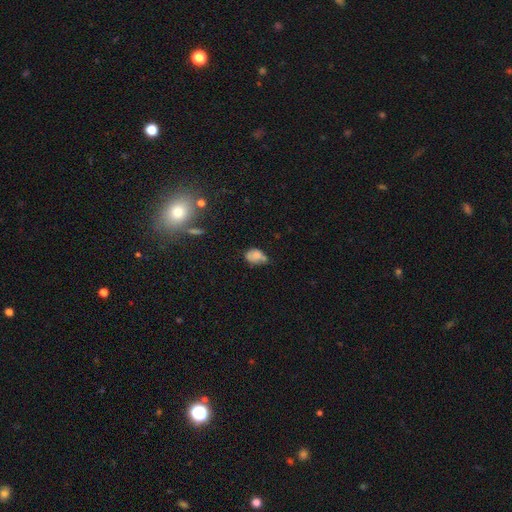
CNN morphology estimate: Overall: smooth (70%). How rounded: in between (71%). Merging: minor disturbance (35%; none 32%).